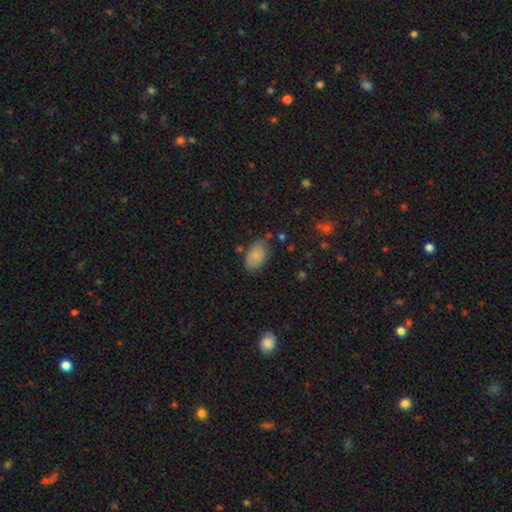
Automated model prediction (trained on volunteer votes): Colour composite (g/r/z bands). It shows a smooth galaxy with no disk features (85%) that is in between round and cigar-shaped (92%). Merging: none (73%).